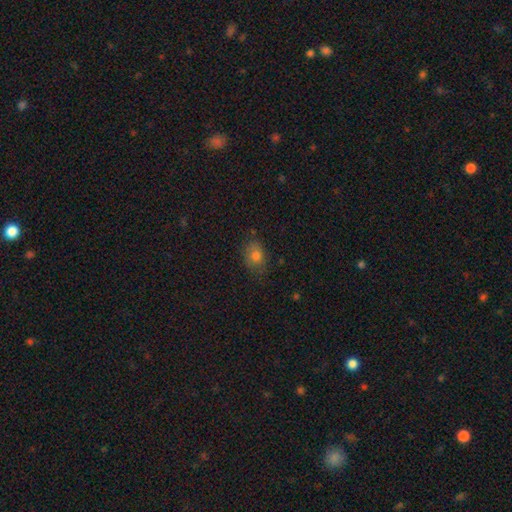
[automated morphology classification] The model was most divided on "how rounded": in between: 70%, round: 29%, cigar-shaped: 1%. More confident: smooth or featured — smooth (78%); merging — none (72%).